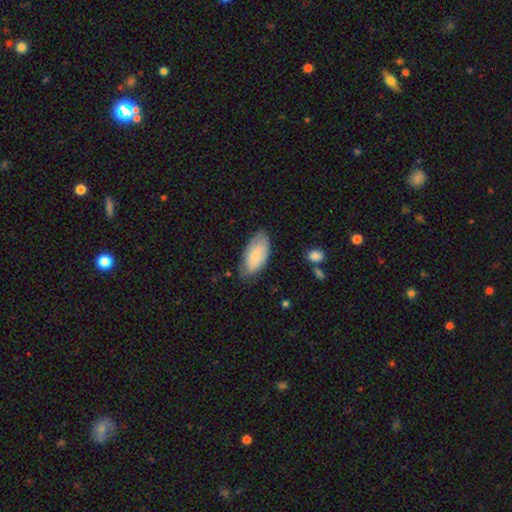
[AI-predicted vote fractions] Morphology: type=smooth (76%); roundness=in between (93%); merging=none (68%).